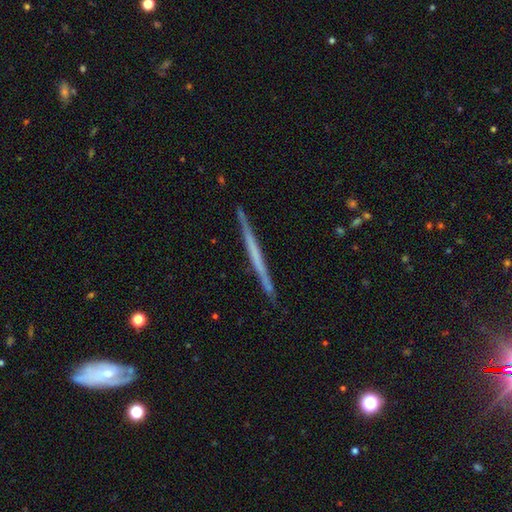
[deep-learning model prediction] This is likely a featured or disk galaxy (60%). It is clearly viewed edge-on (98%). Edge-on bulge: clearly none (91%). Merging: clearly none (91%).